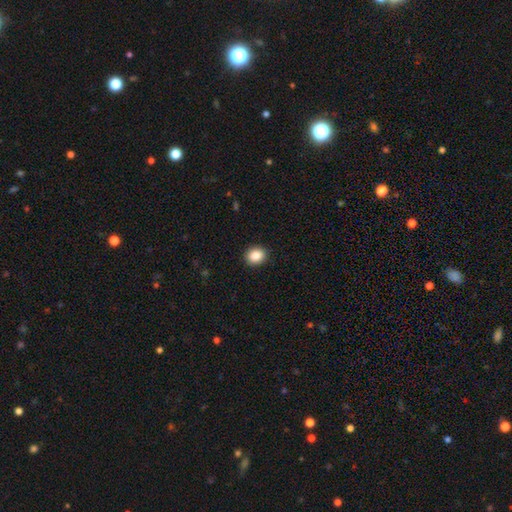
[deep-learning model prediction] A smooth galaxy with no disk features (88%) that is round (69%).

Vote fractions:
- Smooth or featured? smooth: 88% / star or artifact: 9% / featured or disk: 3%
- How rounded? round: 69% / in between: 30% / cigar-shaped: 1%
- Merging? none: 91% / minor disturbance: 6% / major disturbance: 2% / merger: 1%